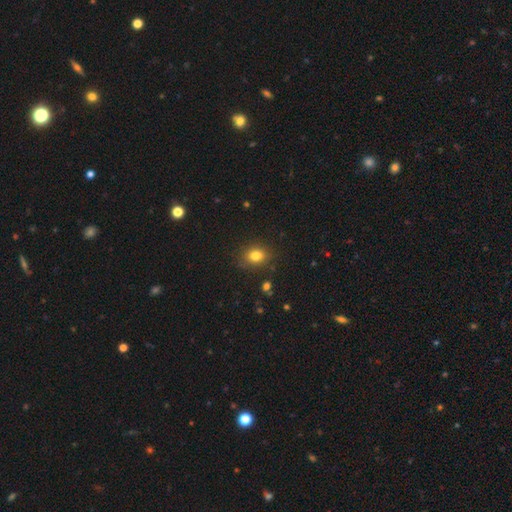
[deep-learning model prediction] Smooth or featured? smooth (81%)
How rounded? in between (55%)
Merging? none (84%)